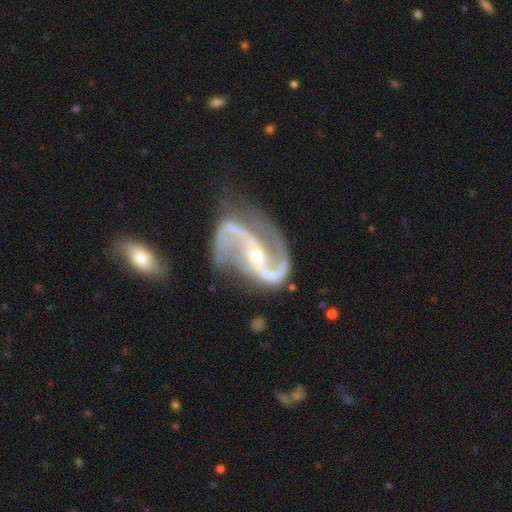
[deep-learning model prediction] Smooth or featured? featured or disk (93%)
Edge-on disk? no (98%)
Bar? strong (38%)
Spiral arms? yes (98%)
Spiral winding? medium (48%)
Spiral arm count? 2 (94%)
Bulge size? small (62%)
Merging? none (59%)